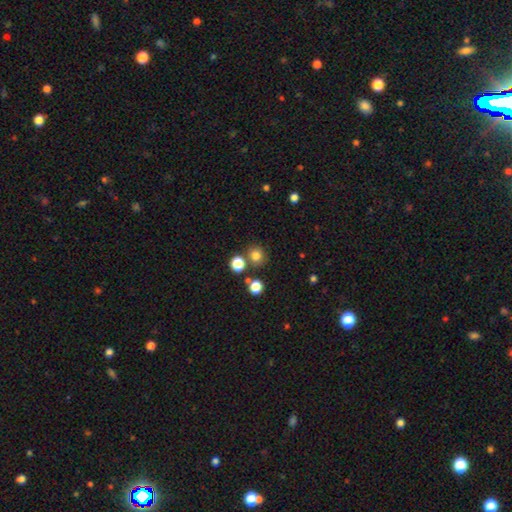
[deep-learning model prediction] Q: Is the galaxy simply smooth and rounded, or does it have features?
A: smooth — 79%.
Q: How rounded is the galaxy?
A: round — 87%.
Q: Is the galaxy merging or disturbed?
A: none — 76%.